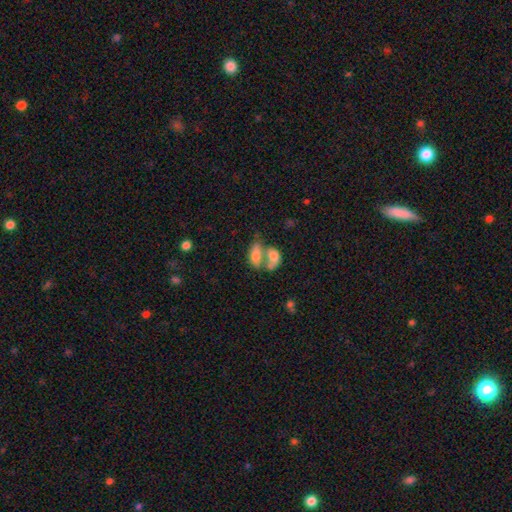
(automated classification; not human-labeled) Q: Smooth or featured?
A: smooth (71%); runner-up: featured or disk (21%)
Q: How rounded?
A: in between (87%); runner-up: cigar-shaped (7%)
Q: Merging?
A: merger (67%); runner-up: none (19%)